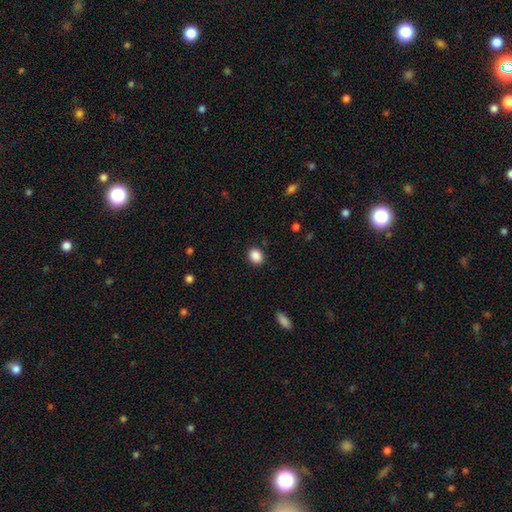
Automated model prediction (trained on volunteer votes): The model was most divided on "how rounded": round: 55%, in between: 44%, cigar-shaped: 1%. More confident: merging — none (89%); smooth or featured — smooth (88%).